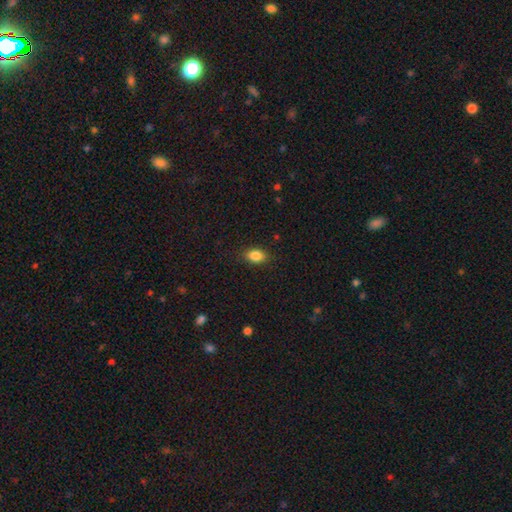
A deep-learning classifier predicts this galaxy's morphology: smooth 86%, star or artifact 8%, featured or disk 6%. Down the decision tree: how rounded — in between (83%); merging — none (86%).